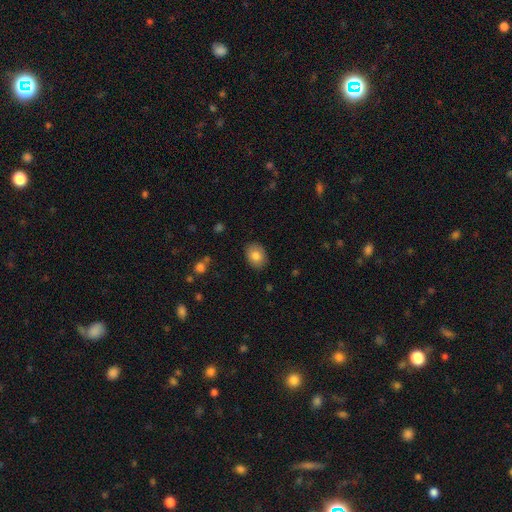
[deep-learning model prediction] A smooth galaxy with no disk features (82%) that is in between round and cigar-shaped (69%). Merging: none (88%).